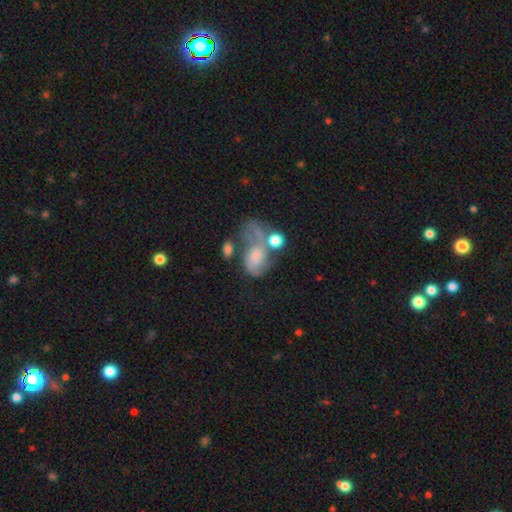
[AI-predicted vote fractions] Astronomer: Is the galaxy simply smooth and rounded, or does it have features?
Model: featured or disk — 55% (runner-up: smooth, 31%).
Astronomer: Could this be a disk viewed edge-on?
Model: no — 97%.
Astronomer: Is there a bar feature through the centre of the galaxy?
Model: no — 75%.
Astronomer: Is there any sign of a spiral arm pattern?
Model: yes — 68%.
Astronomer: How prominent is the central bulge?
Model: small — 32%, tied with moderate at 32%.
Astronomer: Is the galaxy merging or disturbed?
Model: major disturbance — 37% (runner-up: merger, 27%).